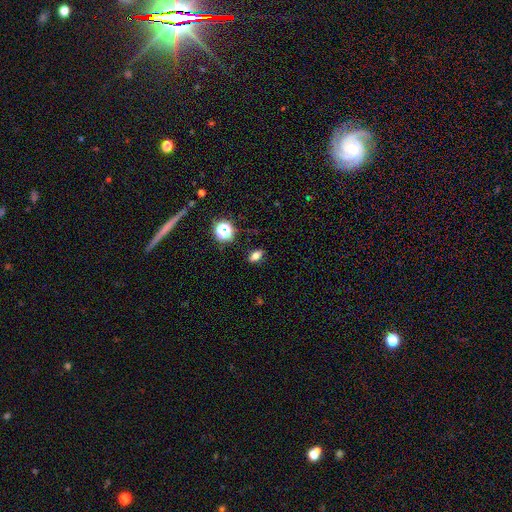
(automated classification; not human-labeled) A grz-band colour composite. It shows a smooth galaxy with no disk features (69%) that is in between round and cigar-shaped (73%). Merging: none (87%).